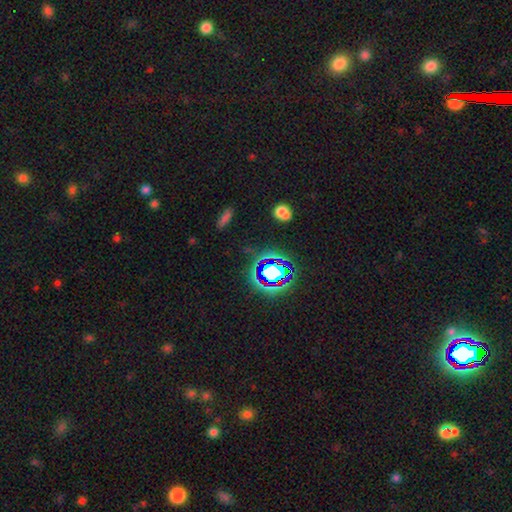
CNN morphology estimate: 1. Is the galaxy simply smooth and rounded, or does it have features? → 71% star or artifact, 18% smooth, 11% featured or disk.